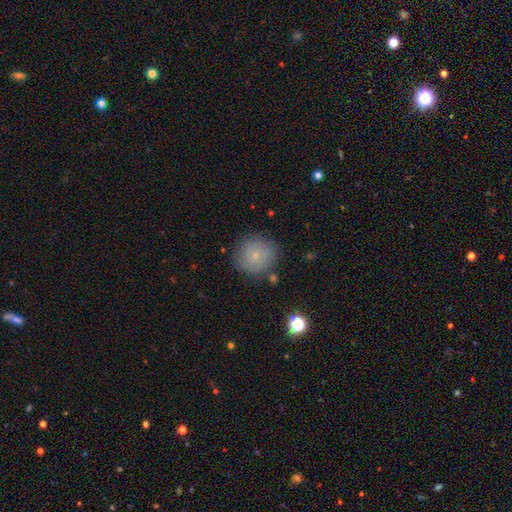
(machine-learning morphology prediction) type=smooth (57%); roundness=round (90%); merging=none (81%).